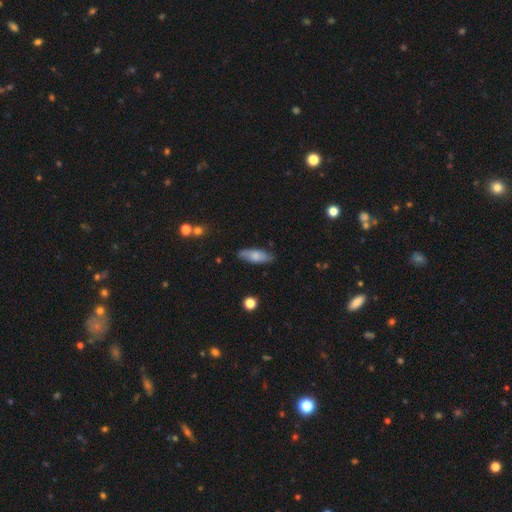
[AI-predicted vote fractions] Smooth or featured? smooth (70%)
How rounded? in between (63%)
Merging? none (82%)